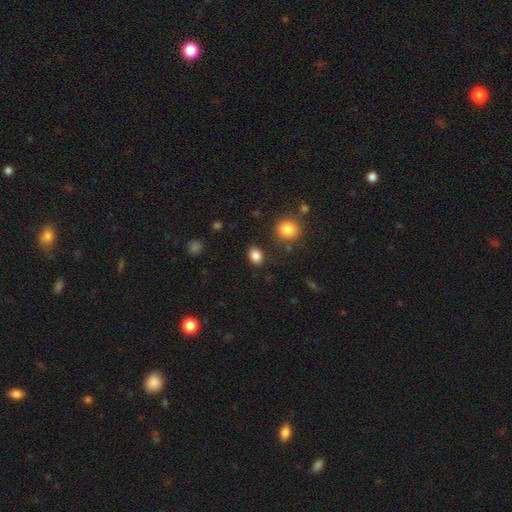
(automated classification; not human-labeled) Smooth or featured: smooth — 85% (star or artifact — 10%)
How rounded: in between — 72% (round — 27%)
Merging: none — 85% (minor disturbance — 9%)